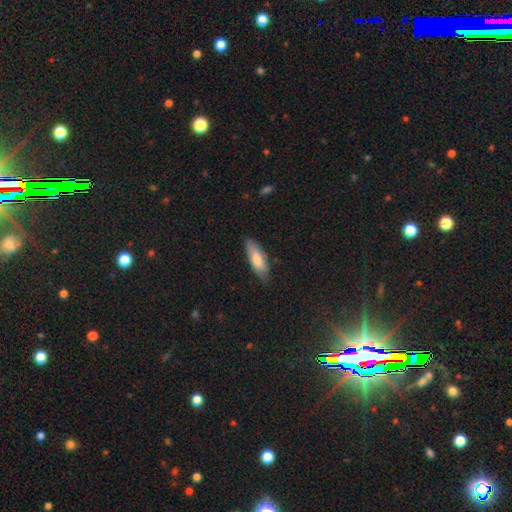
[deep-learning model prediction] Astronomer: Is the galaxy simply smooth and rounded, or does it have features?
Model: smooth — 71%.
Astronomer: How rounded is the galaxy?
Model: cigar-shaped — 52% (runner-up: in between, 46%).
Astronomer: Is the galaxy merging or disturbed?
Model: none — 83%.